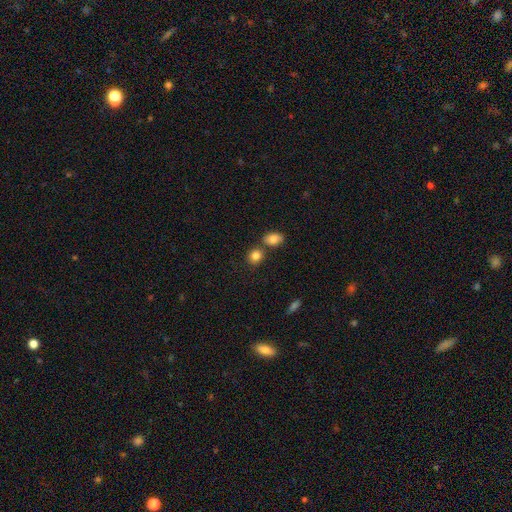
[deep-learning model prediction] smooth-or-featured: smooth: 85% | star or artifact: 10% | featured or disk: 6%
  how-rounded: round: 70% | in between: 29% | cigar-shaped: 1%
  merging: none: 66% | merger: 21% | minor disturbance: 10% | major disturbance: 3%